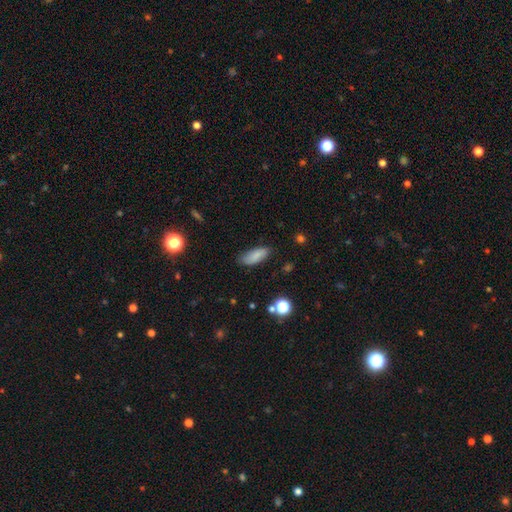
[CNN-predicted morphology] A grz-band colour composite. It shows a smooth galaxy with no disk features (83%) that is in between round and cigar-shaped (77%). Merging: none (78%).